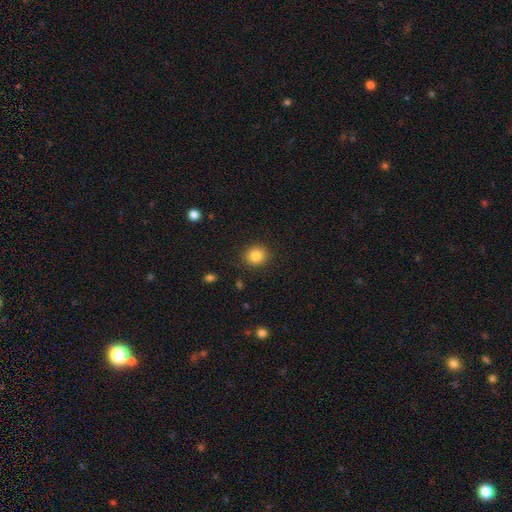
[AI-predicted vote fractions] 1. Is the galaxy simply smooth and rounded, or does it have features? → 85% smooth, 10% star or artifact, 5% featured or disk.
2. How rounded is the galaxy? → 82% round, 17% in between, 1% cigar-shaped.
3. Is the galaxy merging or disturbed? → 89% none, 7% minor disturbance, 3% major disturbance, 1% merger.